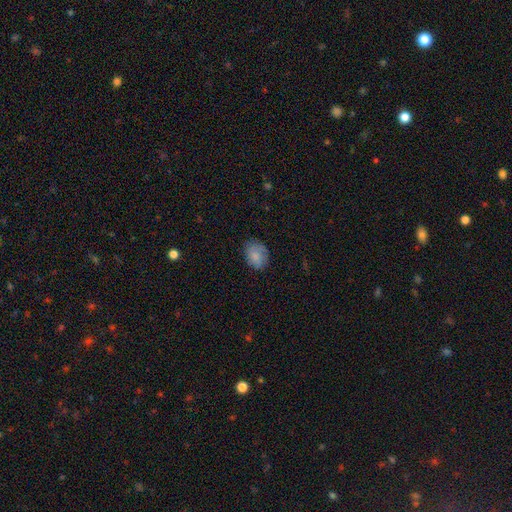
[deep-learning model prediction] This appears to be a smooth galaxy with no disk features (79%) that is in between round and cigar-shaped (61%). Merging: none (74%).